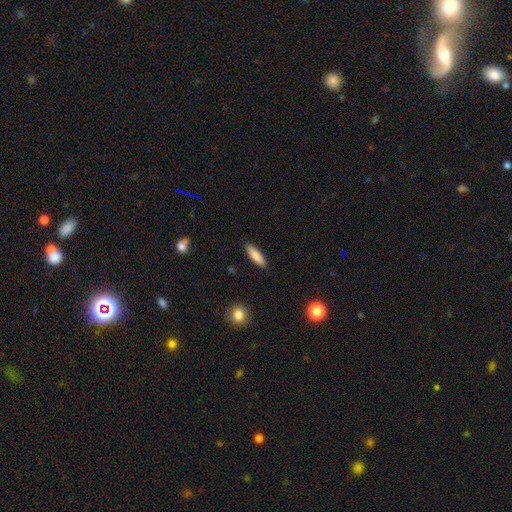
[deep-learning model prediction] Smooth or featured: smooth — 83% (featured or disk — 10%)
How rounded: cigar-shaped — 60% (in between — 38%)
Merging: none — 89% (minor disturbance — 8%)